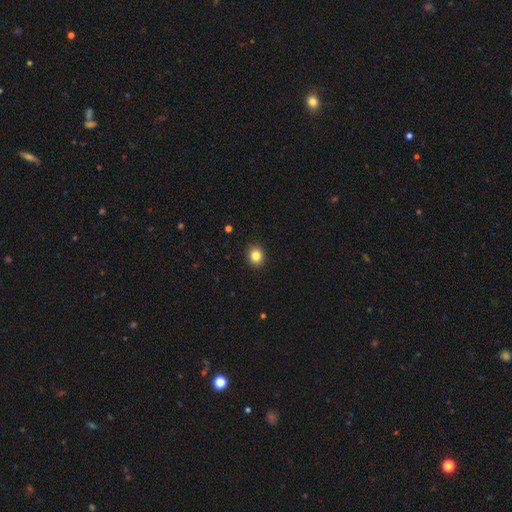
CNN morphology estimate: This appears to be a smooth galaxy with no disk features (84%) that is round (70%). Merging: none (92%).